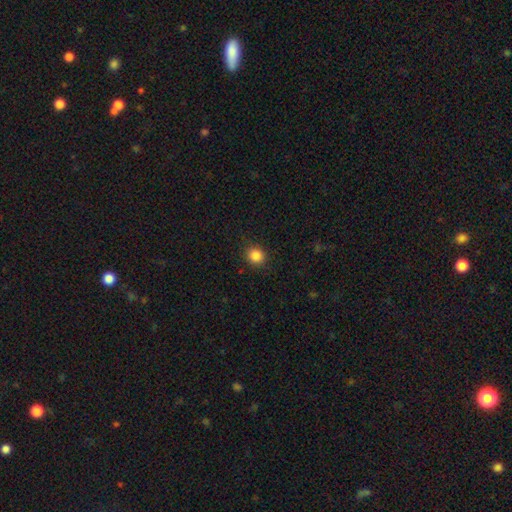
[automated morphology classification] smooth 85%, star or artifact 11%, featured or disk 4%. Down the decision tree: how rounded — round (85%); merging — none (89%).